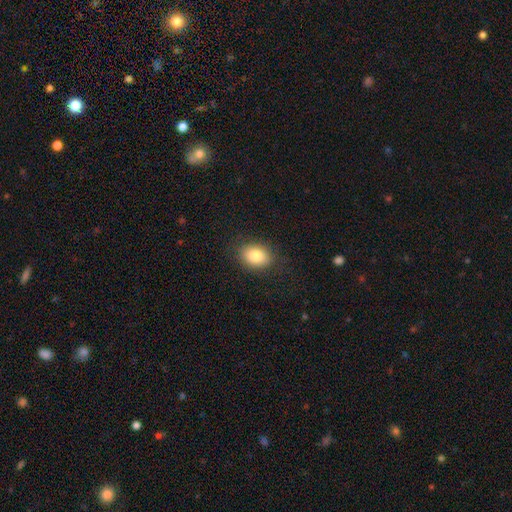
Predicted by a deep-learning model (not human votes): smooth_or_featured: smooth (p=0.83) [alt: star or artifact p=0.09]
how_rounded: in between (p=0.75) [alt: round p=0.24]
merging: none (p=0.85) [alt: minor disturbance p=0.10]